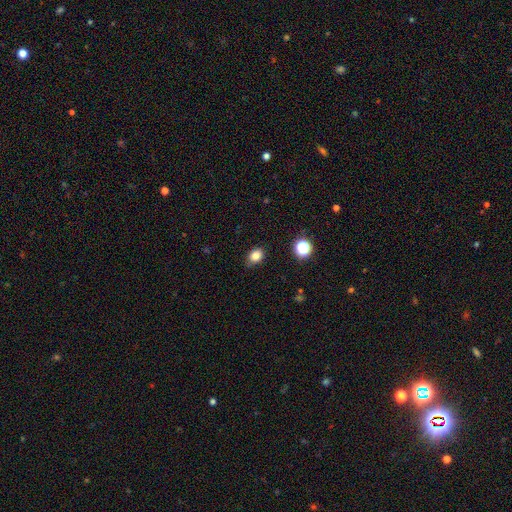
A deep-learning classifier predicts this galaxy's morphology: Overall: smooth (83%). How rounded: in between (64%; round 35%). Merging: none (80%).